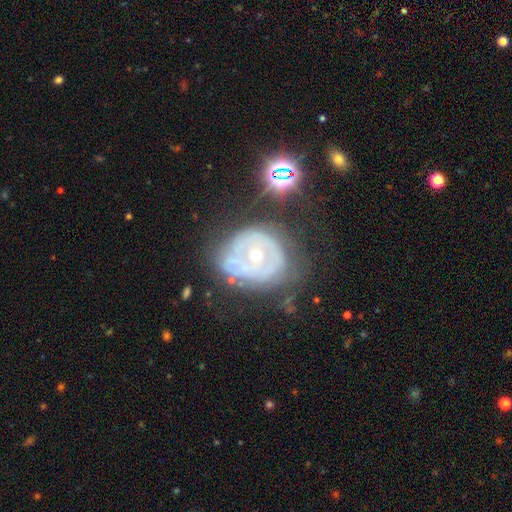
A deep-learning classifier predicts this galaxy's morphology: featured or disk 67%, smooth 22%, star or artifact 10%. Down the decision tree: edge-on disk — no (96%); bar — no (83%); spiral arms — no (57%); bulge size — small (54%); merging — none (47%).